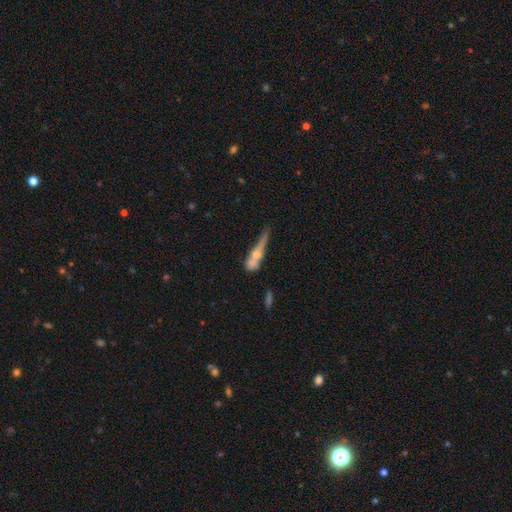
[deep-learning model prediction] Overall: smooth (48%; featured or disk 42%). Merging: merger (35%; none 26%).